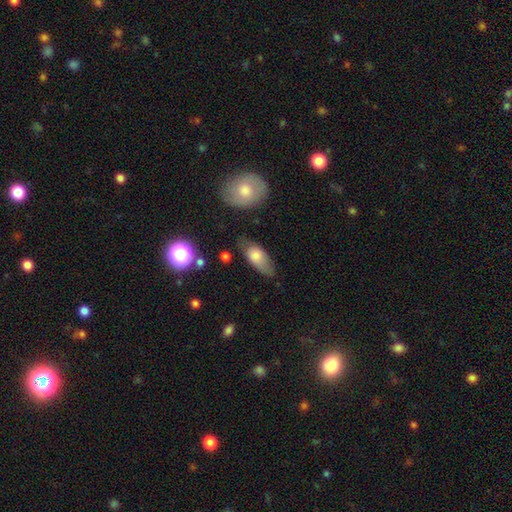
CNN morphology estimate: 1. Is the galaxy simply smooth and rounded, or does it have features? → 71% smooth, 21% featured or disk, 8% star or artifact.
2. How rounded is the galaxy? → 82% in between, 13% cigar-shaped, 5% round.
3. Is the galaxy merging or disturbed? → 56% none, 31% minor disturbance, 9% major disturbance, 4% merger.